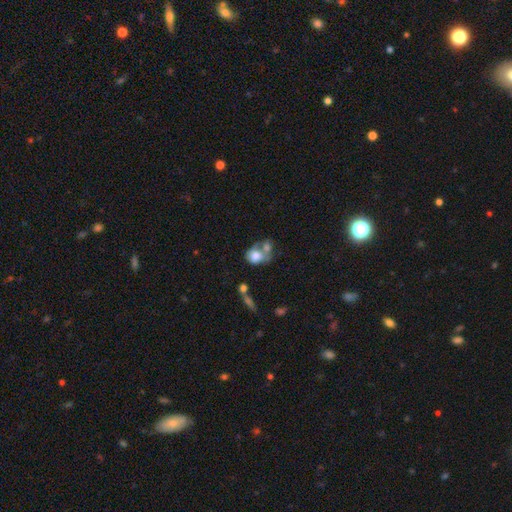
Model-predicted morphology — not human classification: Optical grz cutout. It shows a smooth galaxy with no disk features (69%) that is round (50%). Merging: merger (57%).